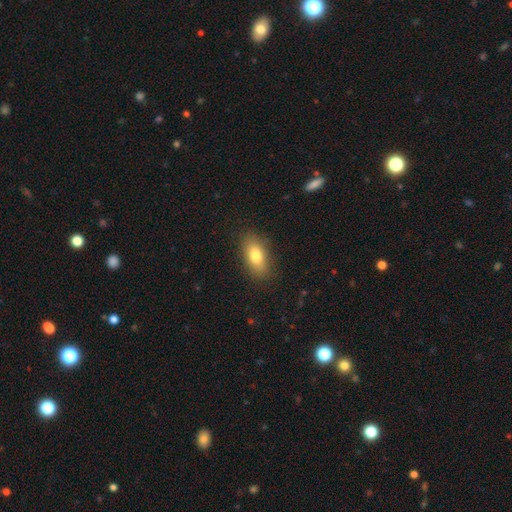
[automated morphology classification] smooth_or_featured: smooth (p=0.80) [alt: featured or disk p=0.12]
how_rounded: in between (p=0.87) [alt: cigar-shaped p=0.07]
merging: none (p=0.86) [alt: minor disturbance p=0.10]